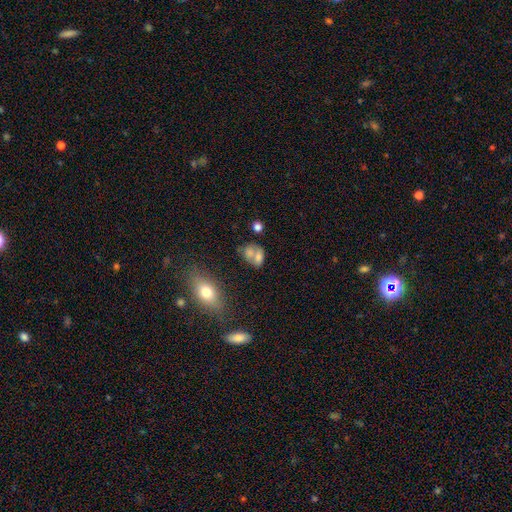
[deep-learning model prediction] smooth 67%, featured or disk 22%, star or artifact 12%. Down the decision tree: how rounded — in between (65%); merging — merger (50%).